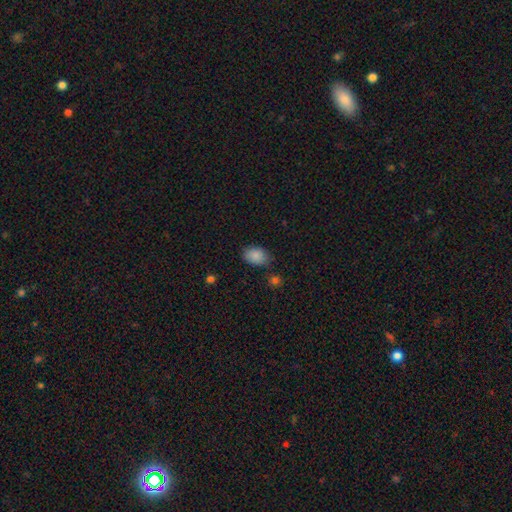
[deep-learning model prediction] This is clearly a smooth galaxy (87%). How rounded: clearly in between (82%). Merging: likely none (76%).